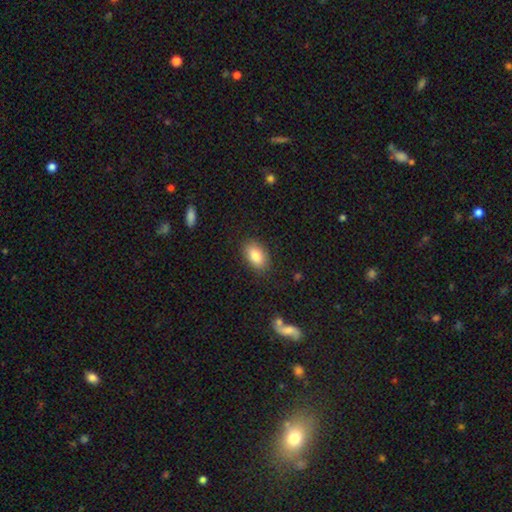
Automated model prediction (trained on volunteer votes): smooth-or-featured: smooth: 85% | featured or disk: 8% | star or artifact: 7%
  how-rounded: in between: 90% | round: 8% | cigar-shaped: 2%
  merging: none: 85% | minor disturbance: 11% | major disturbance: 3% | merger: 1%